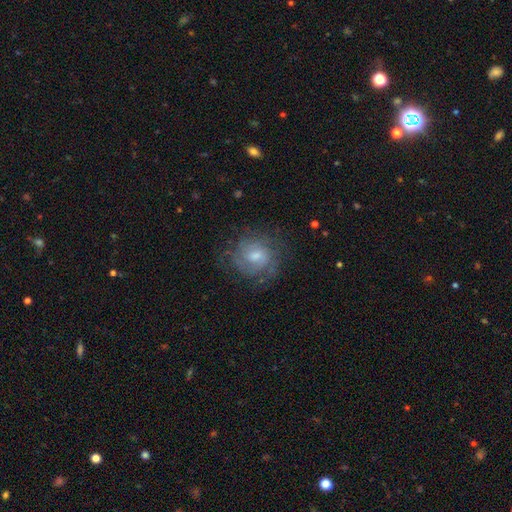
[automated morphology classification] Q: Smooth or featured?
A: featured or disk (63%); runner-up: smooth (28%)
Q: Edge-on disk?
A: no (97%); runner-up: yes (3%)
Q: Bar?
A: weak (47%); runner-up: no (45%)
Q: Spiral arms?
A: yes (84%); runner-up: no (16%)
Q: Spiral winding?
A: tight (55%); runner-up: medium (34%)
Q: Spiral arm count?
A: can't tell (44%); runner-up: 2 (32%)
Q: Bulge size?
A: moderate (50%); runner-up: small (36%)
Q: Merging?
A: none (69%); runner-up: minor disturbance (18%)